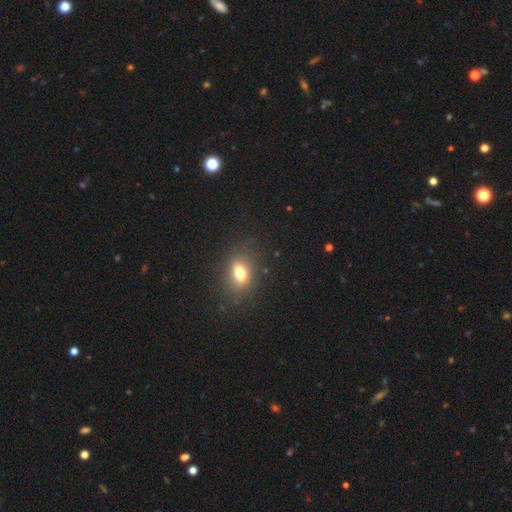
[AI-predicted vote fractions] Smooth or featured: smooth — 64% (star or artifact — 28%)
How rounded: in between — 52% (round — 46%)
Merging: none — 90% (minor disturbance — 6%)